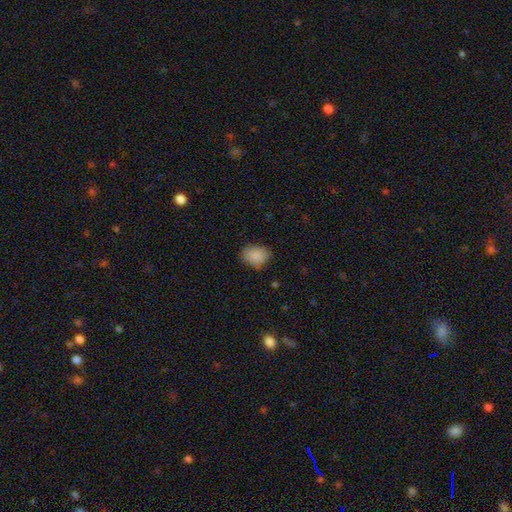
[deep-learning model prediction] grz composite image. It shows a smooth galaxy with no disk features (87%) that is in between round and cigar-shaped (66%). Merging: none (76%).